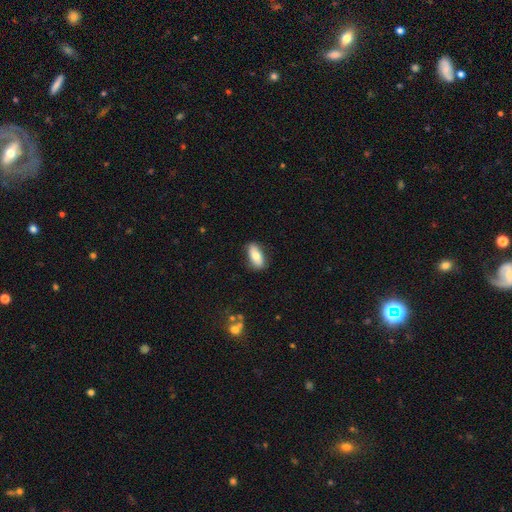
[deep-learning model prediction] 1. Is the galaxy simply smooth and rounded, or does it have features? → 74% smooth, 20% featured or disk, 6% star or artifact.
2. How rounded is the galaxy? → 85% in between, 12% cigar-shaped, 3% round.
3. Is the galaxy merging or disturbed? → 83% none, 13% minor disturbance, 3% major disturbance, 1% merger.